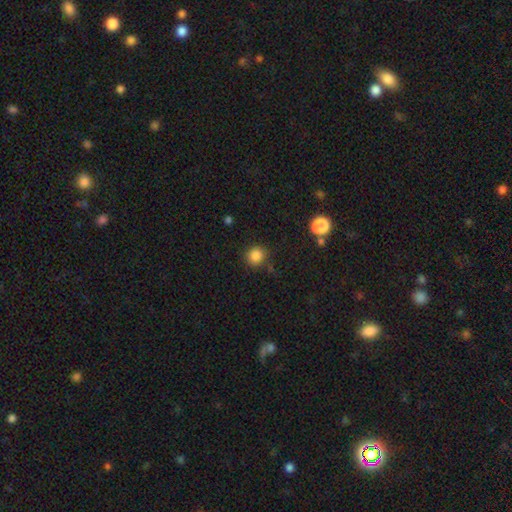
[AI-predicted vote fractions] Overall: smooth (85%). How rounded: round (88%). Merging: none (85%).